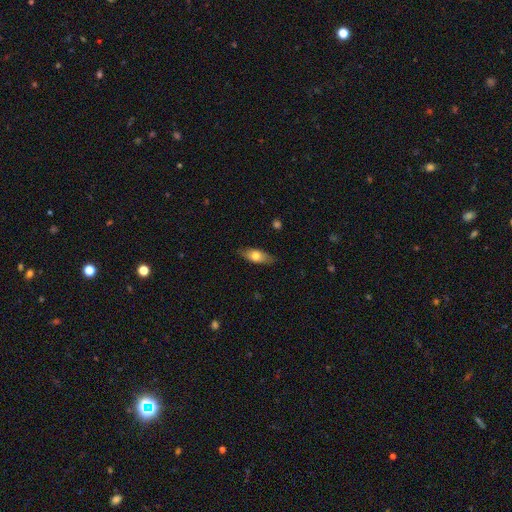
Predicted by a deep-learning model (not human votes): Overall: smooth (67%). How rounded: in between (76%). Merging: none (83%).